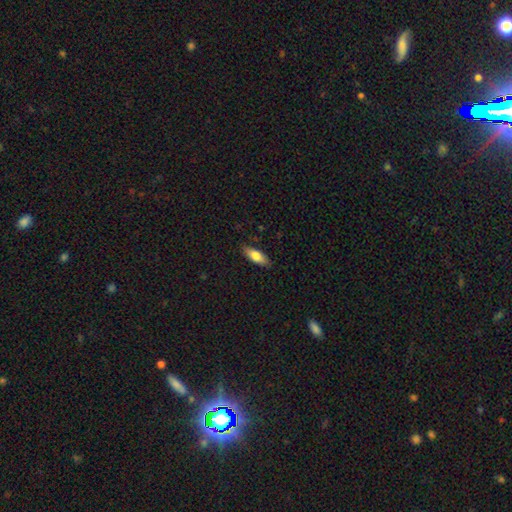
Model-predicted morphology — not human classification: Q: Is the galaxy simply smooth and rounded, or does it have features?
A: smooth — 76%.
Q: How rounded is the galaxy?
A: in between — 69%.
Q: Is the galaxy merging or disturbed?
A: none — 85%.